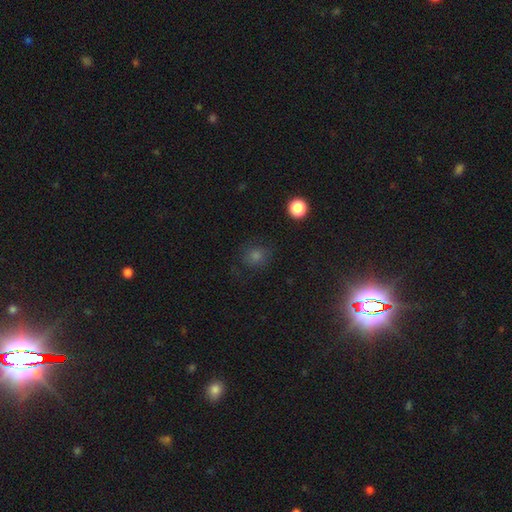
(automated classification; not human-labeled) A smooth galaxy with no disk features (57%) that is round (82%). Merging: none (80%).